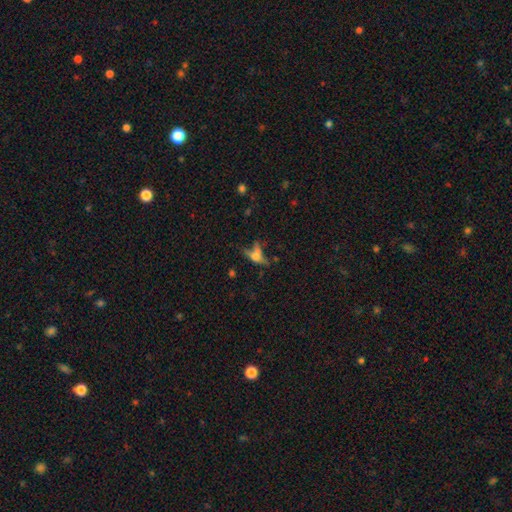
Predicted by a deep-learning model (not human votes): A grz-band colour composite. It shows a featured or disk galaxy (42%). Merging: none (41%).